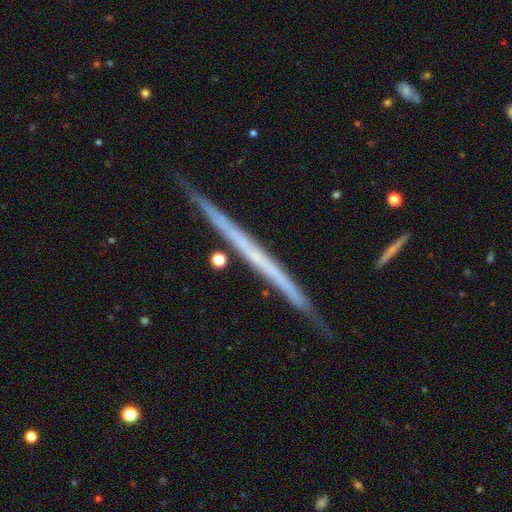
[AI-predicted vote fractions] Smooth or featured? featured or disk (67%)
Edge-on disk? yes (97%)
Edge-on bulge? none (91%)
Merging? none (87%)